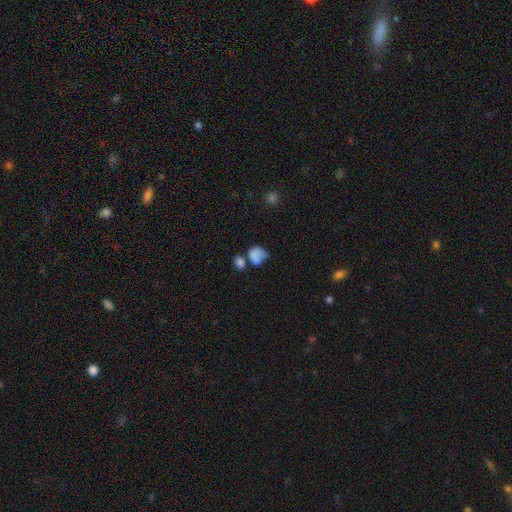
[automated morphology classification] Overall: smooth (75%). How rounded: in between (50%; round 49%). Merging: merger (33%; none 28%).